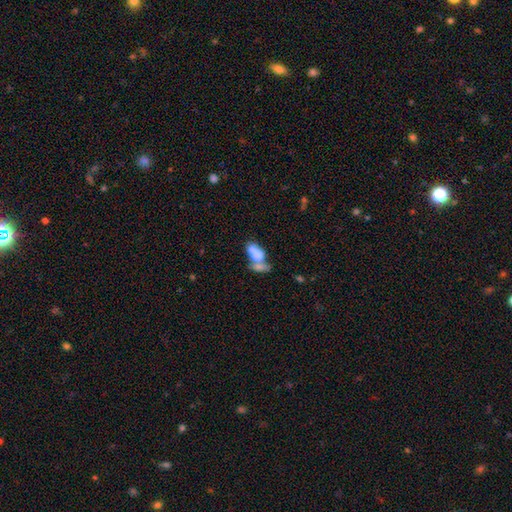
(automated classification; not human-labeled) A smooth galaxy with no disk features (67%) that is in between round and cigar-shaped (85%). Merging: merger (65%).